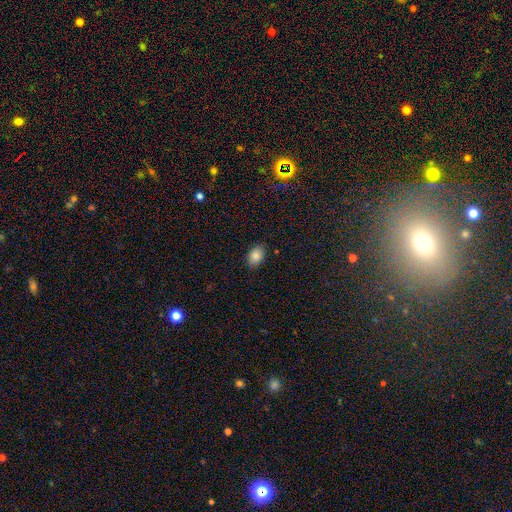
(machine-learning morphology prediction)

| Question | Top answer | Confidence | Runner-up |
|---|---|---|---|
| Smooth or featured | smooth | 87% | star or artifact (8%) |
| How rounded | in between | 84% | round (15%) |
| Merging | none | 86% | minor disturbance (10%) |